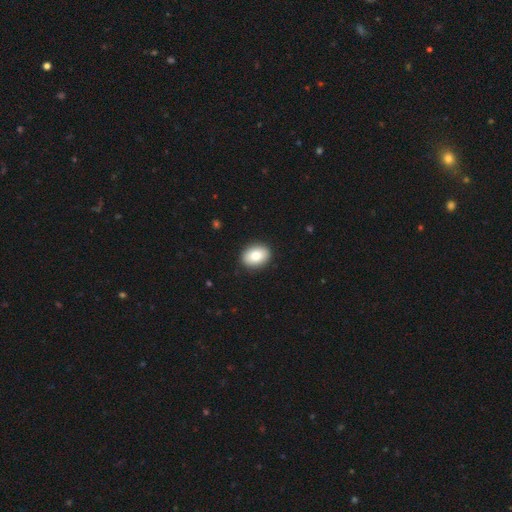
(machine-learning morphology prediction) The model was most divided on "how rounded": in between: 73%, round: 25%, cigar-shaped: 1%. More confident: merging — none (90%); smooth or featured — smooth (83%).